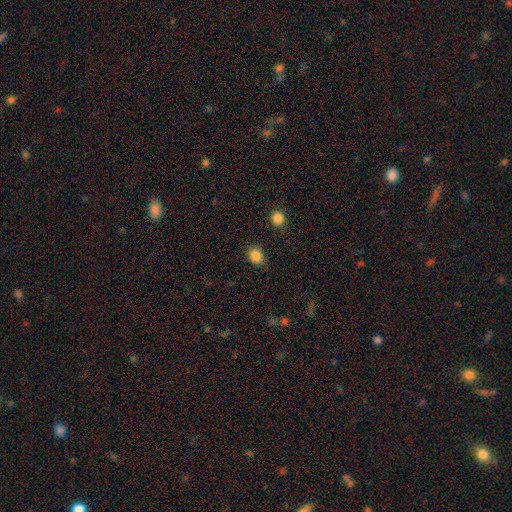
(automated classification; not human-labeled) Smooth or featured? smooth (85%)
How rounded? round (54%)
Merging? none (82%)